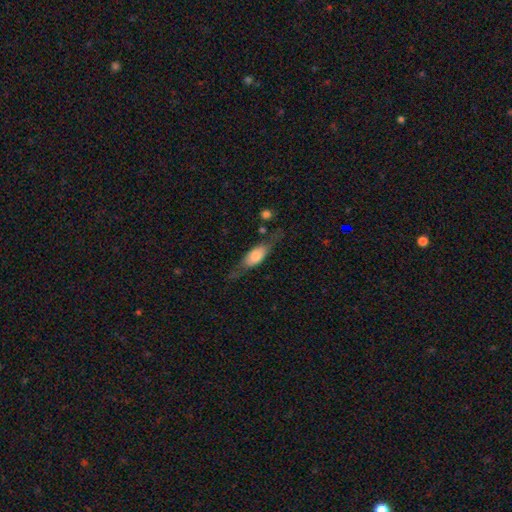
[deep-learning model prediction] Smooth or featured? smooth (54%)
How rounded? in between (63%)
Merging? none (59%)